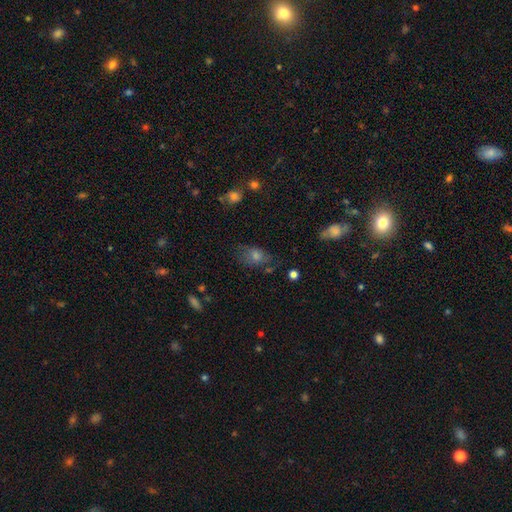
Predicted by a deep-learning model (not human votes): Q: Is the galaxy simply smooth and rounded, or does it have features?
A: smooth — 53%.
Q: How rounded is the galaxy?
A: in between — 73%.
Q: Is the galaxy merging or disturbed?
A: none — 63%.